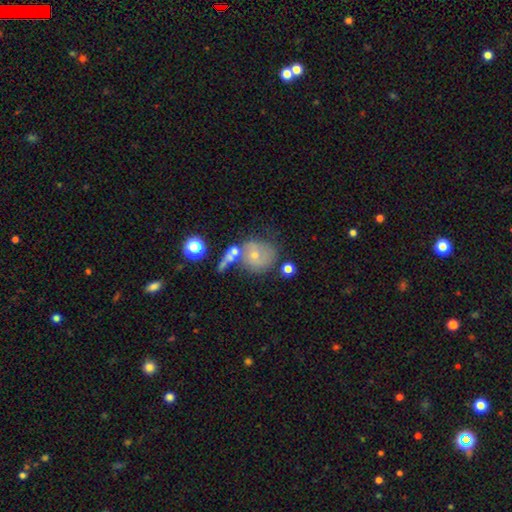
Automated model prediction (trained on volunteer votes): A smooth galaxy with no disk features (45%, tied with featured or disk). Merging: none (36%).